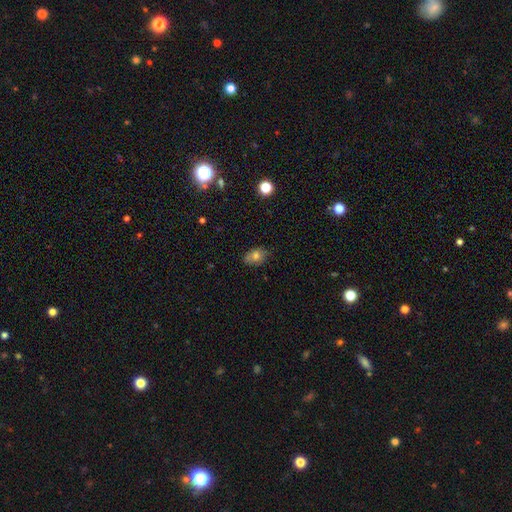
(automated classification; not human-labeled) smooth 71%, featured or disk 16%, star or artifact 12%. Down the decision tree: how rounded — in between (78%); merging — none (70%).